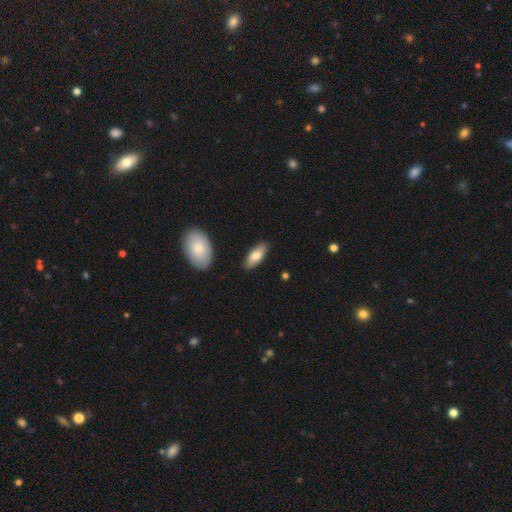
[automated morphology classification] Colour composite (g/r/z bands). It shows a smooth galaxy with no disk features (77%) that is in between round and cigar-shaped (82%). Merging: none (86%).